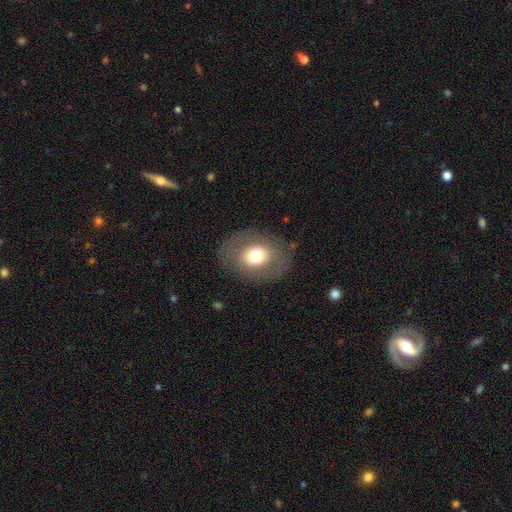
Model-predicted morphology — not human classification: Smooth or featured: smooth — 64% (featured or disk — 28%)
How rounded: in between — 60% (round — 40%)
Merging: none — 80% (minor disturbance — 12%)